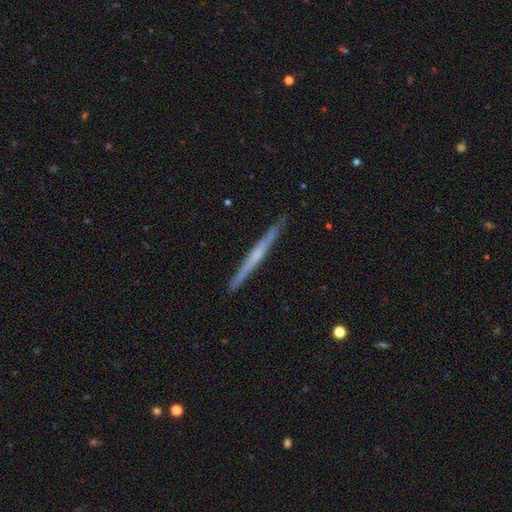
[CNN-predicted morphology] type=featured or disk (65%); edge-on=yes (98%); edge-on bulge=none (61%); merging=none (91%).